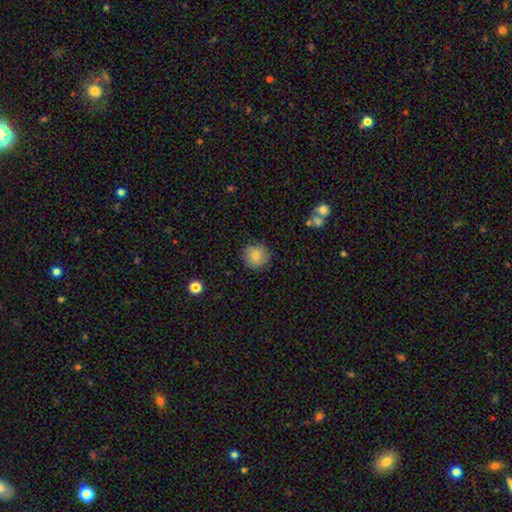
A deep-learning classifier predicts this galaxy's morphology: smooth 81%, featured or disk 10%, star or artifact 9%. Down the decision tree: how rounded — round (91%); merging — none (86%).